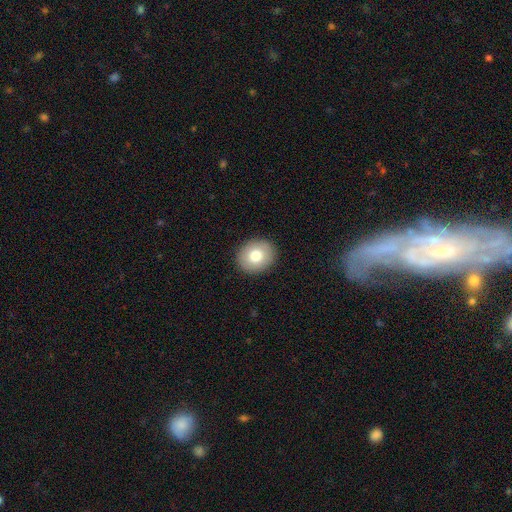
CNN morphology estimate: smooth 77%, featured or disk 14%, star or artifact 9%. Down the decision tree: how rounded — round (67%); merging — none (91%).